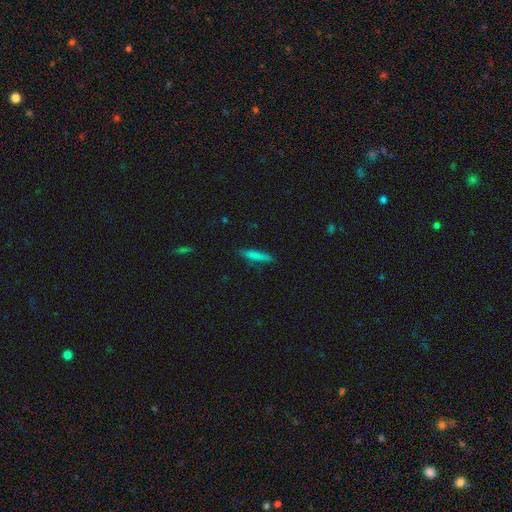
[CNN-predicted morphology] smooth 80%, featured or disk 13%, star or artifact 8%. Down the decision tree: how rounded — cigar-shaped (86%); merging — none (82%).